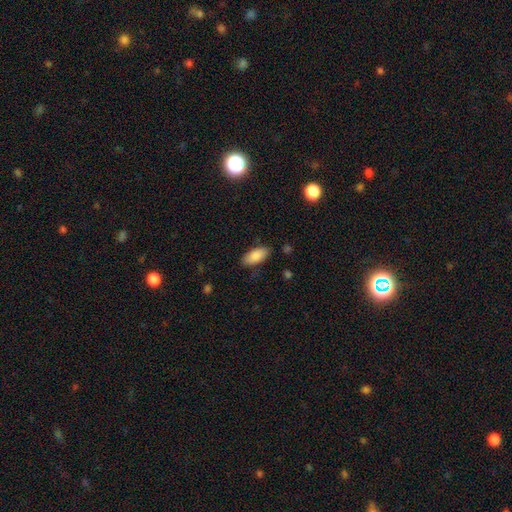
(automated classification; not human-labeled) Smooth or featured: smooth — 86% (featured or disk — 8%)
How rounded: in between — 88% (cigar-shaped — 10%)
Merging: none — 83% (minor disturbance — 13%)